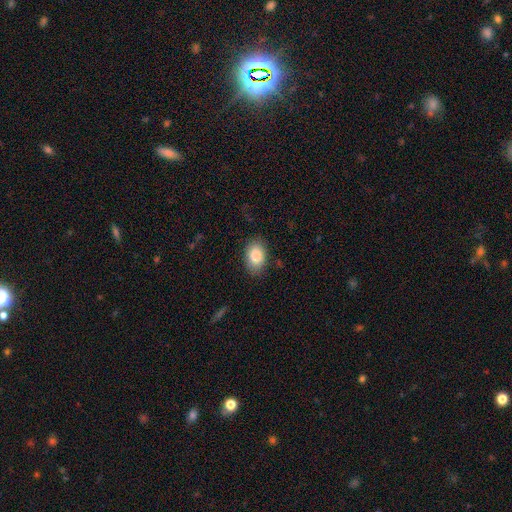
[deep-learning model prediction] Q: Smooth or featured?
A: smooth (86%); runner-up: featured or disk (7%)
Q: How rounded?
A: in between (88%); runner-up: round (11%)
Q: Merging?
A: none (84%); runner-up: minor disturbance (12%)